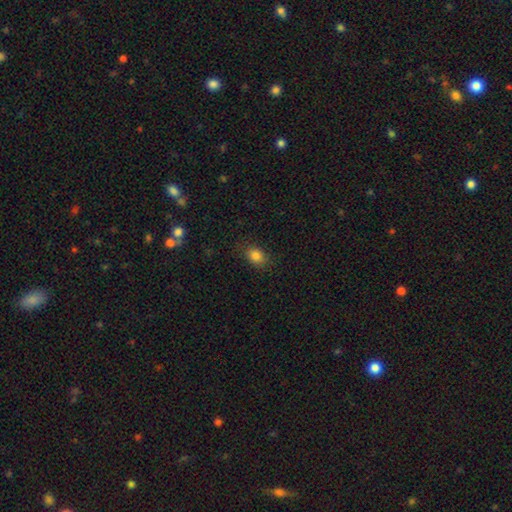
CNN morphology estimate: A smooth galaxy with no disk features (83%) that is in between round and cigar-shaped (62%).

Vote fractions:
- Smooth or featured? smooth: 83% / star or artifact: 11% / featured or disk: 6%
- How rounded? in between: 62% / round: 36% / cigar-shaped: 1%
- Merging? none: 83% / minor disturbance: 12% / major disturbance: 3% / merger: 1%